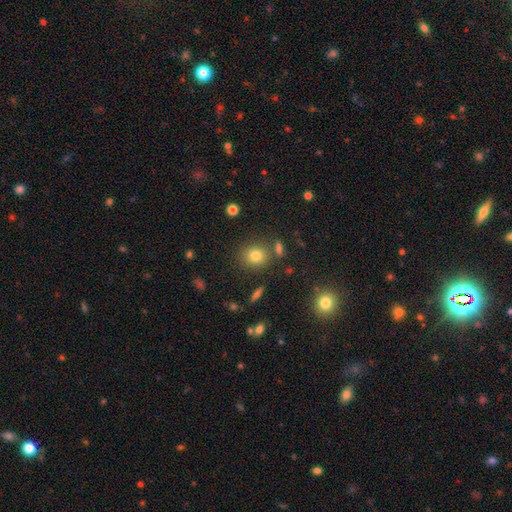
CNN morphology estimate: A smooth galaxy with no disk features (77%) that is round (83%). Merging: none (80%).